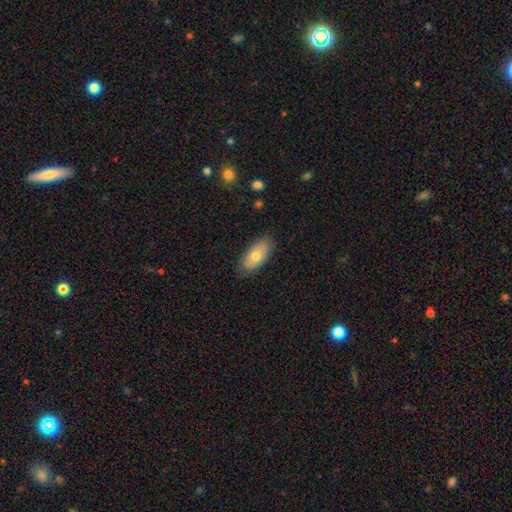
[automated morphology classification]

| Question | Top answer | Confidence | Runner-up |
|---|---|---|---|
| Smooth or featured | smooth | 71% | featured or disk (22%) |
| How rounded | in between | 91% | cigar-shaped (6%) |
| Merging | none | 83% | minor disturbance (13%) |